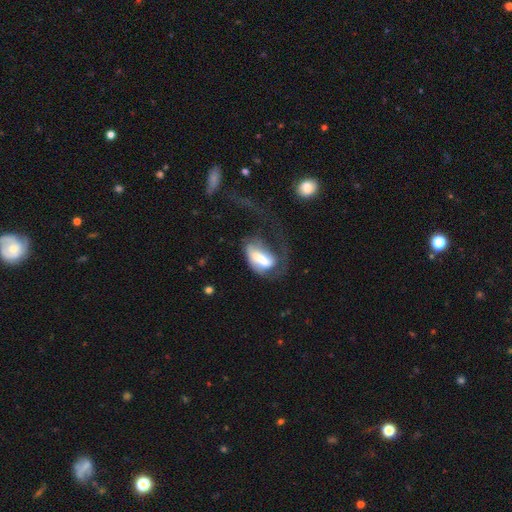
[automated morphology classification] This appears to be a smooth galaxy with no disk features (49%). Merging: major disturbance (60%).